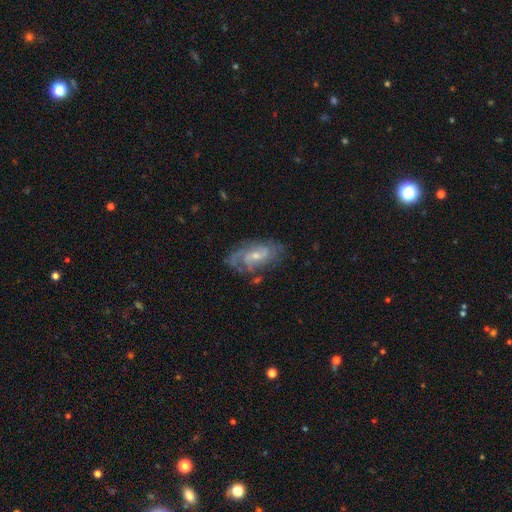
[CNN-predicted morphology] Smooth or featured?
  - featured or disk: 82% *
  - smooth: 12%
  - star or artifact: 6%
Edge-on disk?
  - no: 95% *
  - yes: 5%
Bar?
  - weak: 45% * (tied)
  - no: 45% * (tied)
  - strong: 10%
Spiral arms?
  - yes: 93% *
  - no: 7%
Spiral winding?
  - medium: 44% *
  - tight: 39%
  - loose: 17%
Spiral arm count?
  - 2: 46% *
  - can't tell: 25%
  - 3: 16%
  - 1: 5%
  - 4: 4%
  - more than 4: 3%
Bulge size?
  - small: 58% *
  - moderate: 37%
  - none: 3%
  - large: 2%
  - dominant: 1%
Merging?
  - none: 66% *
  - minor disturbance: 21%
  - major disturbance: 10%
  - merger: 3%